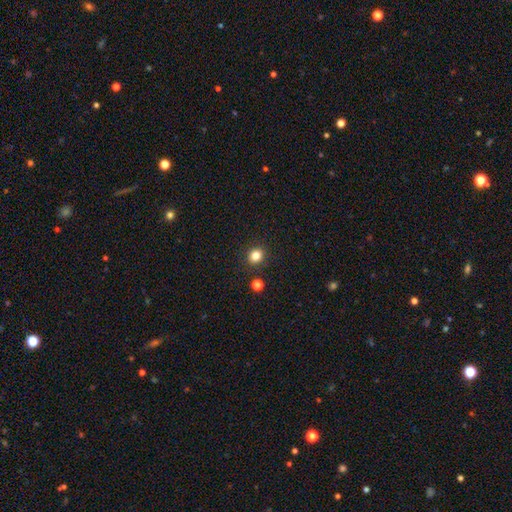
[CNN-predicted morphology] smooth 83%, star or artifact 12%, featured or disk 5%. Down the decision tree: how rounded — round (76%); merging — none (89%).